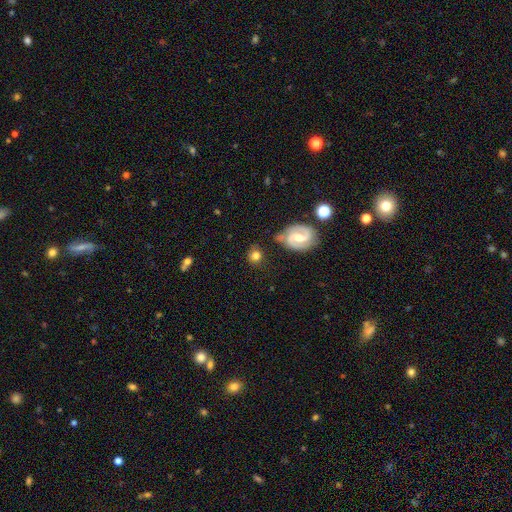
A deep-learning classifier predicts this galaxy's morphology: Smooth or featured? Predicted: smooth (p=0.66). How rounded? Predicted: round (p=0.85). Merging? Predicted: none (p=0.76).